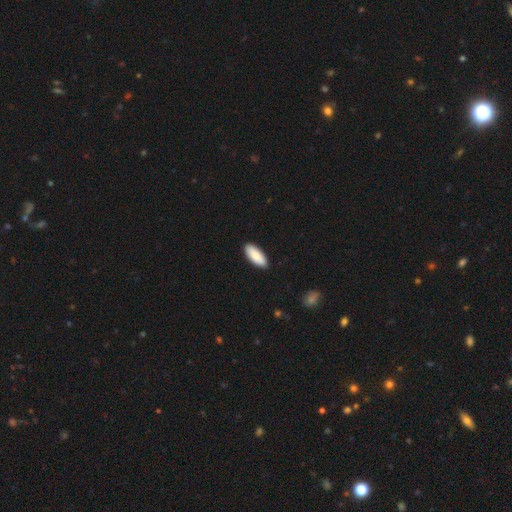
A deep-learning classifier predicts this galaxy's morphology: smooth 90%, featured or disk 5%, star or artifact 5%. Down the decision tree: how rounded — in between (83%); merging — none (91%).